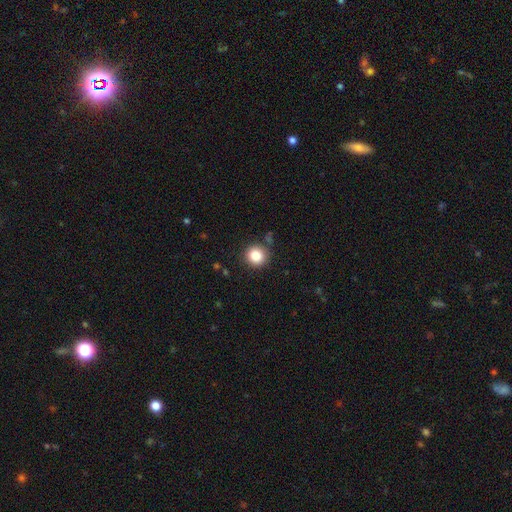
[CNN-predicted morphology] This appears to be a smooth galaxy with no disk features (85%) that is round (91%). Merging: none (85%).